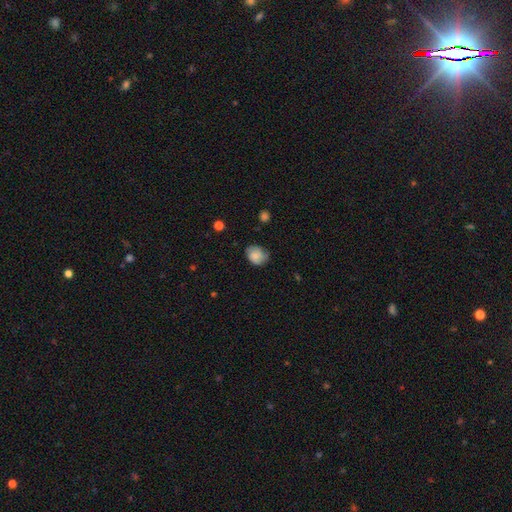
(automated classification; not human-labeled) smooth_or_featured: smooth (p=0.75) [alt: featured or disk p=0.18]
how_rounded: in between (p=0.50) [alt: round p=0.49]
merging: none (p=0.65) [alt: minor disturbance p=0.28]